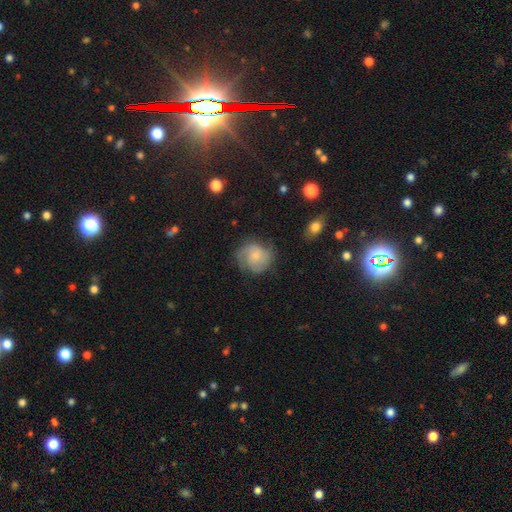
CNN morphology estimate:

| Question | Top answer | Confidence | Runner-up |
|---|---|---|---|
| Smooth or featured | featured or disk | 61% | smooth (31%) |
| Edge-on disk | no | 98% | yes (2%) |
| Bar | no | 72% | weak (24%) |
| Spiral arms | yes | 91% | no (9%) |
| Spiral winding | tight | 42% | tied: medium (42%) |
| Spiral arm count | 2 | 50% | can't tell (20%) |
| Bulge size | small | 63% | moderate (24%) |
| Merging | none | 66% | minor disturbance (22%) |